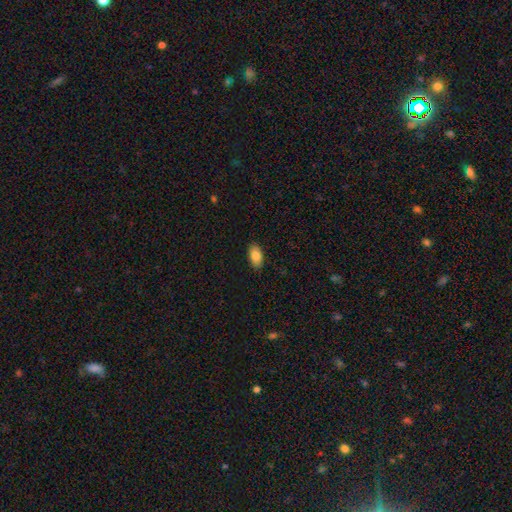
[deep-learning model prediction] Smooth or featured?
  - smooth: 86% *
  - featured or disk: 7%
  - star or artifact: 7%
How rounded?
  - in between: 92% *
  - cigar-shaped: 4%
  - round: 4%
Merging?
  - none: 88% *
  - minor disturbance: 9%
  - major disturbance: 2%
  - merger: 1%